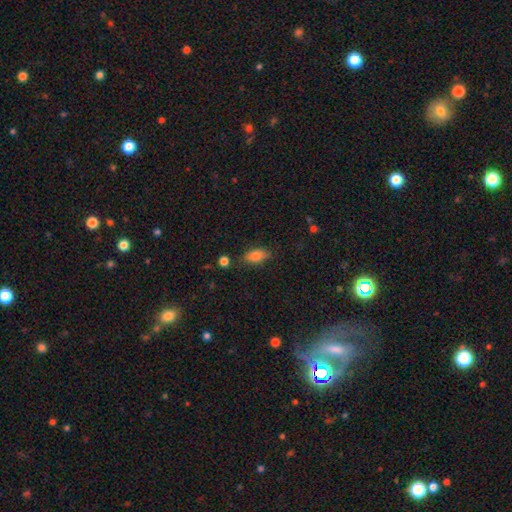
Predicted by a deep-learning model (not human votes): This is clearly a smooth galaxy (81%). How rounded: clearly in between (87%). Merging: likely none (76%).